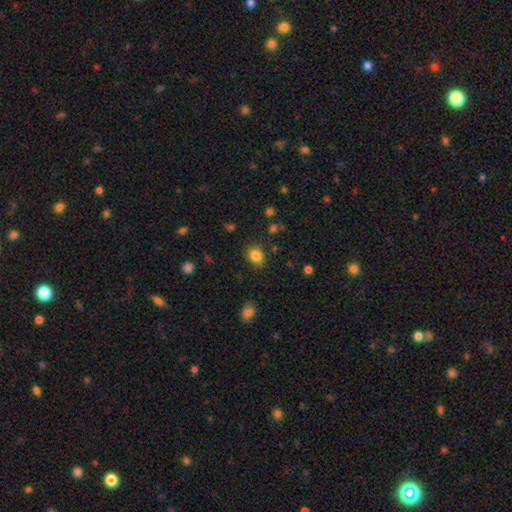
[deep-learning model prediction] Smooth or featured? Predicted: smooth (p=0.83). How rounded? Predicted: in between (p=0.71). Merging? Predicted: none (p=0.82).